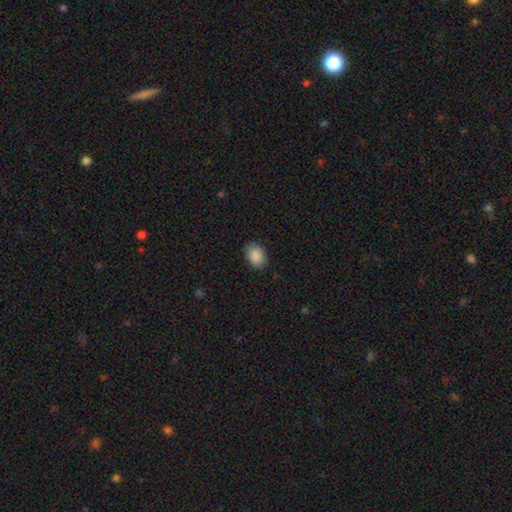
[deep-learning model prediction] smooth_or_featured: smooth (p=0.89) [alt: star or artifact p=0.07]
how_rounded: in between (p=0.78) [alt: round p=0.21]
merging: none (p=0.84) [alt: minor disturbance p=0.13]